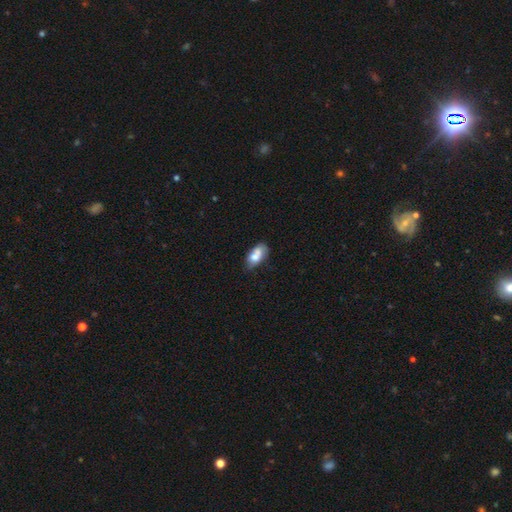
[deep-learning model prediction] Smooth or featured? smooth (66%)
How rounded? in between (87%)
Merging? none (36%)